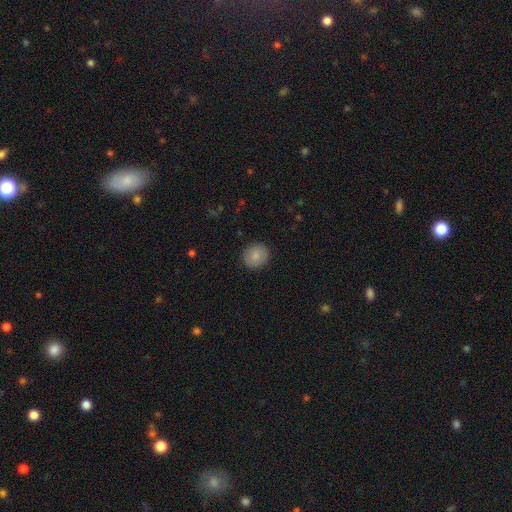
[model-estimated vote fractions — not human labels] A smooth galaxy with no disk features (85%) that is round (86%). Merging: none (90%).